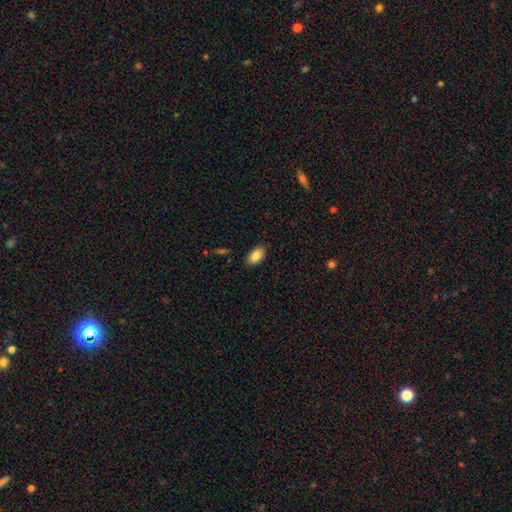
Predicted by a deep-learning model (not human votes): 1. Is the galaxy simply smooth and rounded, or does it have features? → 85% smooth, 7% star or artifact, 7% featured or disk.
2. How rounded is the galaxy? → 92% in between, 5% round, 2% cigar-shaped.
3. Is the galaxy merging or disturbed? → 87% none, 10% minor disturbance, 2% major disturbance, 1% merger.